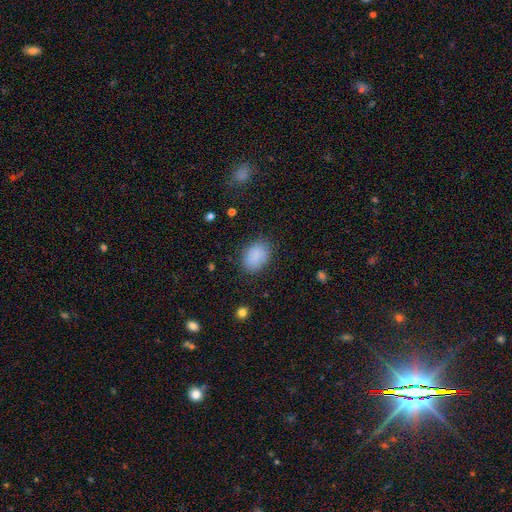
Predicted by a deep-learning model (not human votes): Smooth or featured: smooth — 87% (star or artifact — 8%)
How rounded: in between — 75% (round — 24%)
Merging: none — 82% (minor disturbance — 13%)